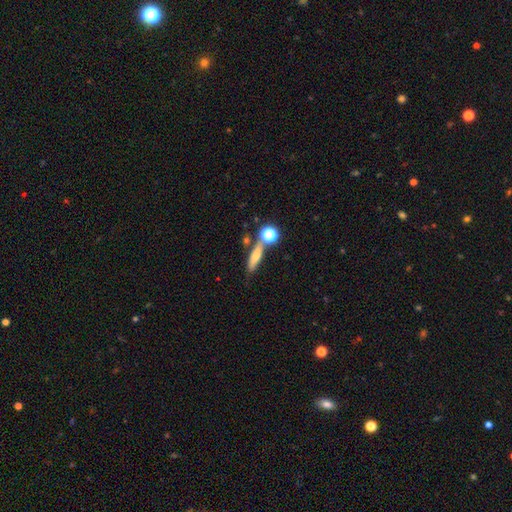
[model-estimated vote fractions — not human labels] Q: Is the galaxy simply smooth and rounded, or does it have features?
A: smooth — 59%.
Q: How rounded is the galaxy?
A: cigar-shaped — 60%.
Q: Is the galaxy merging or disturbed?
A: none — 63%.